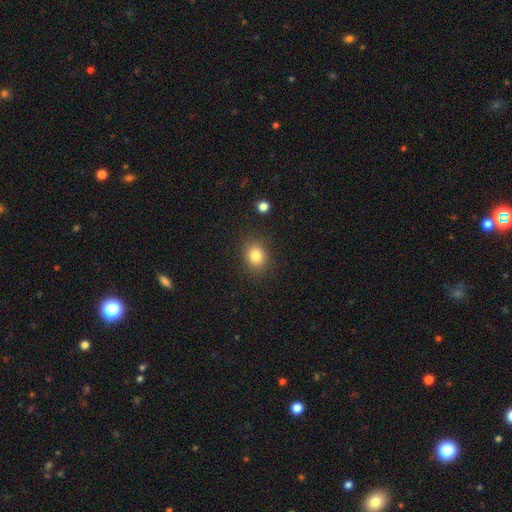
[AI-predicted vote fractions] Overall: smooth (83%). How rounded: round (59%; in between 40%). Merging: none (86%).